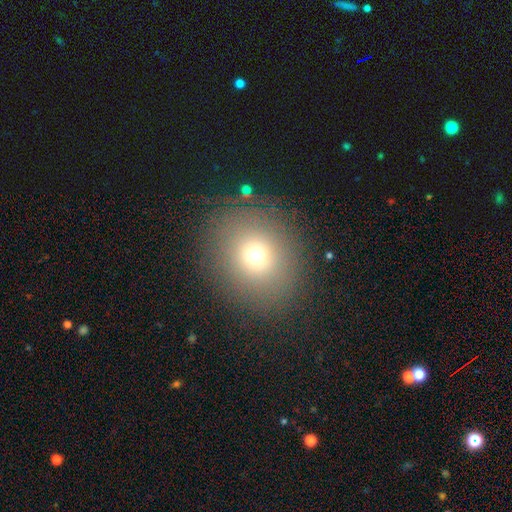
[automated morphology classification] Smooth or featured? Predicted: smooth (p=0.70). How rounded? Predicted: round (p=0.76). Merging? Predicted: none (p=0.87).